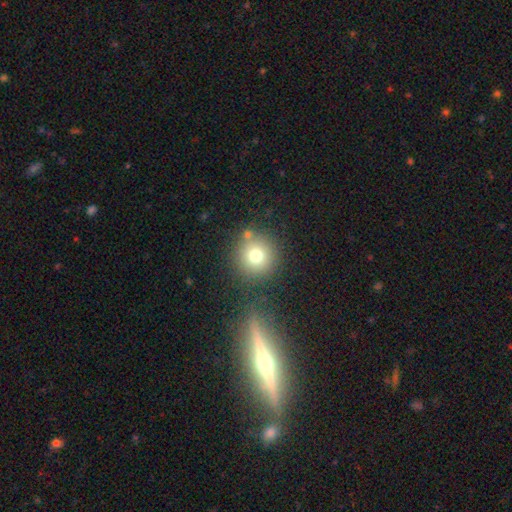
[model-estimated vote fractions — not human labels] The model was most divided on "smooth or featured": smooth: 76%, star or artifact: 14%, featured or disk: 11%. More confident: how rounded — round (93%); merging — none (79%).